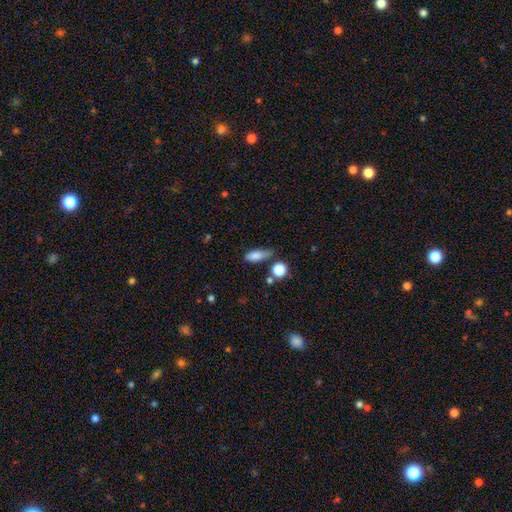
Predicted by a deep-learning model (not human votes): Smooth or featured? smooth (81%)
How rounded? in between (71%)
Merging? none (52%)